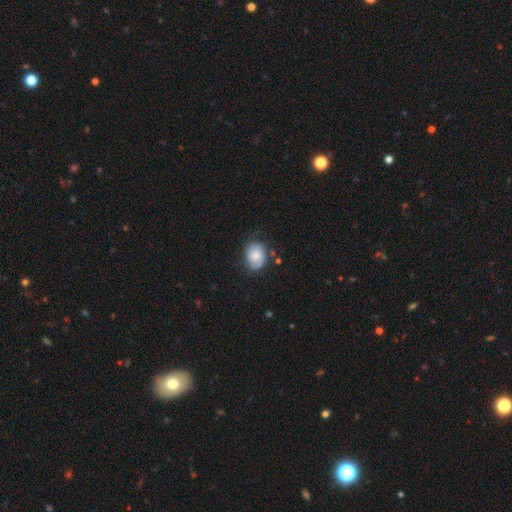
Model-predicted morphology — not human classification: Q: Smooth or featured?
A: smooth (73%); runner-up: featured or disk (20%)
Q: How rounded?
A: in between (60%); runner-up: round (39%)
Q: Merging?
A: none (66%); runner-up: minor disturbance (25%)